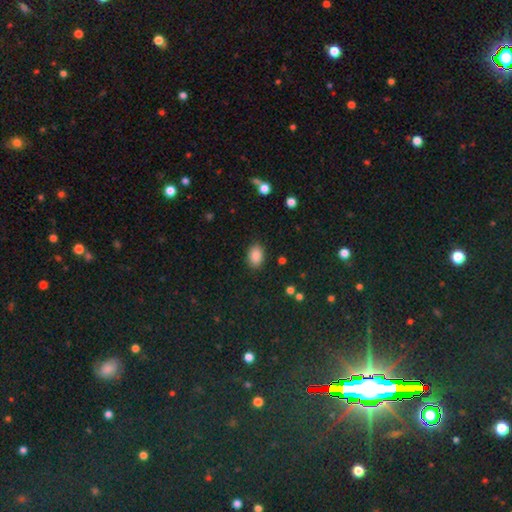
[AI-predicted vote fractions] Overall: smooth (87%). How rounded: in between (80%). Merging: none (86%).